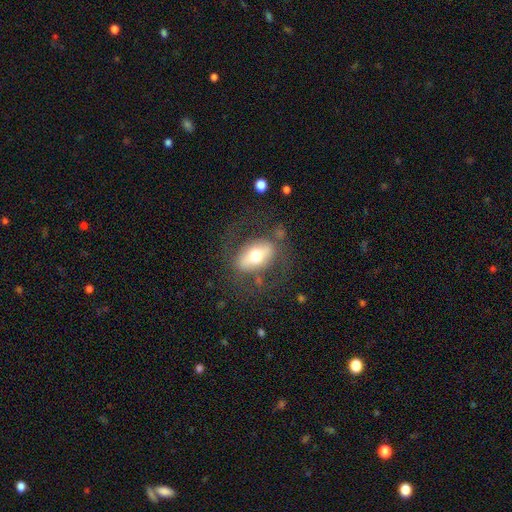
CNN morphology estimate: Smooth or featured: featured or disk — 47% (smooth — 45%)
Merging: none — 67% (minor disturbance — 16%)